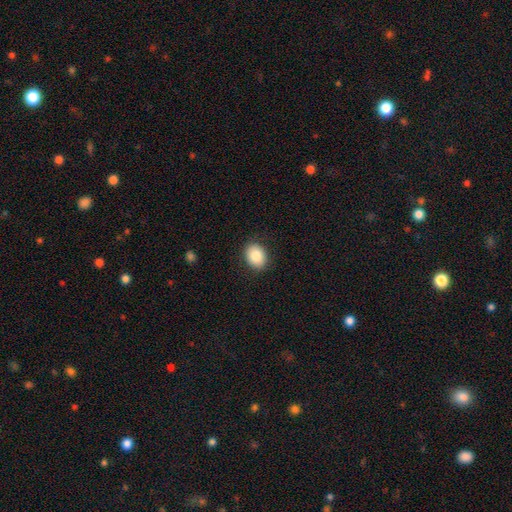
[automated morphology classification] A smooth galaxy with no disk features (85%) that is in between round and cigar-shaped (58%).

Vote fractions:
- Smooth or featured? smooth: 85% / star or artifact: 8% / featured or disk: 8%
- How rounded? in between: 58% / round: 41% / cigar-shaped: 1%
- Merging? none: 88% / minor disturbance: 9% / major disturbance: 2% / merger: 1%